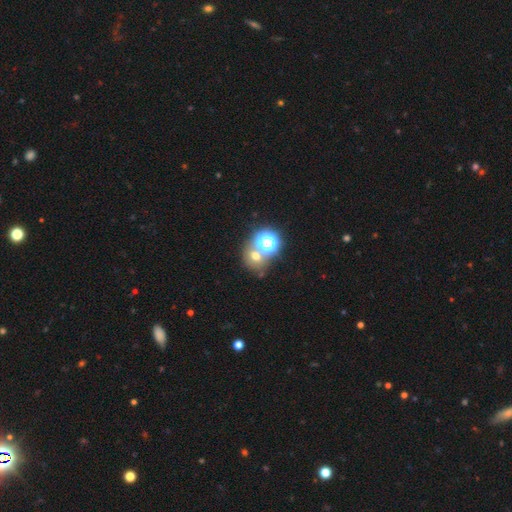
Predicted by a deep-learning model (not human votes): Smooth or featured? Predicted: smooth (p=0.54). How rounded? Predicted: round (p=0.72). Merging? Predicted: none (p=0.54).